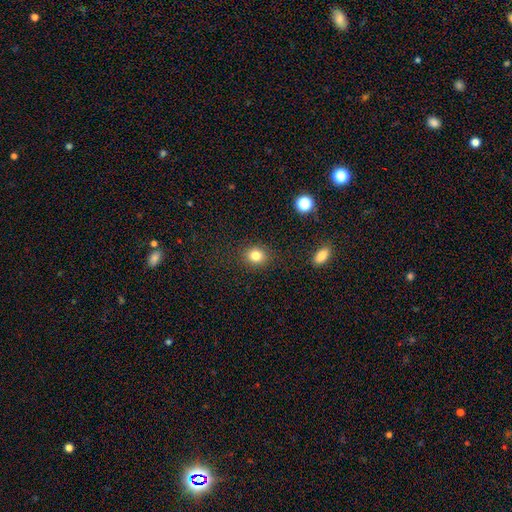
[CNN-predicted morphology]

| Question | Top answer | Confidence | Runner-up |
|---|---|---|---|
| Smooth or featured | smooth | 82% | star or artifact (12%) |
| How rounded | round | 74% | in between (25%) |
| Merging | none | 88% | minor disturbance (8%) |